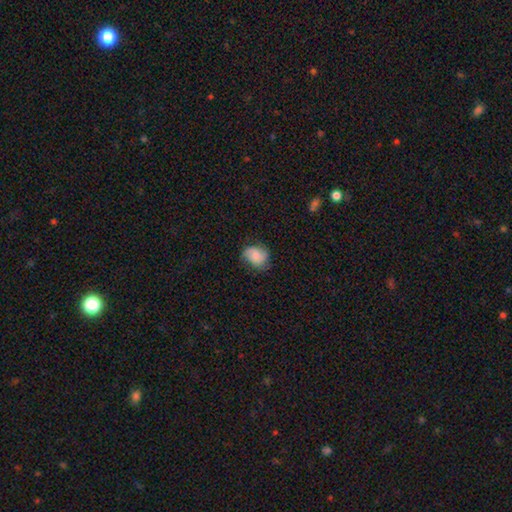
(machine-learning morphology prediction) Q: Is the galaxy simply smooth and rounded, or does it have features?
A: smooth — 66%.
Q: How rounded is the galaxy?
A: in between — 50%.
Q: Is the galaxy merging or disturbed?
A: none — 63%.